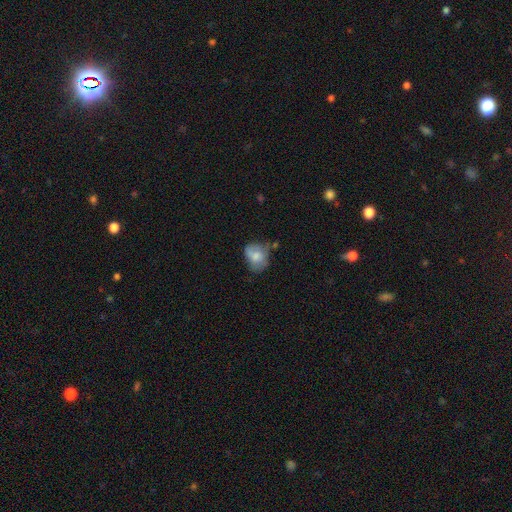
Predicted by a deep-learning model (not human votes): This is likely a smooth galaxy (64%). How rounded: possibly in between (51%). Merging: marginally none (41%).